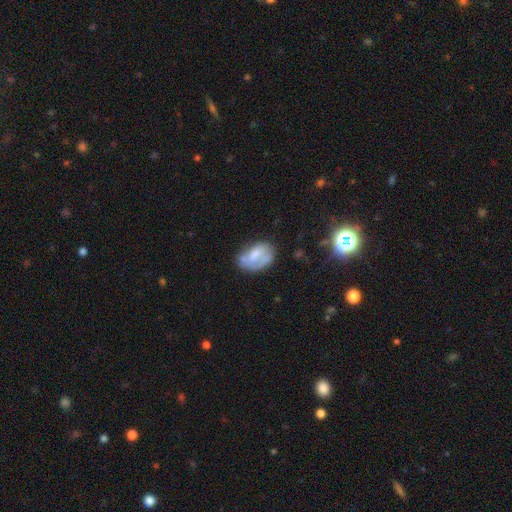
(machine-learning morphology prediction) The model was most divided on "smooth or featured": smooth: 51%, featured or disk: 41%, star or artifact: 8%. Remaining: how rounded — in between (80%); merging — none (46%).